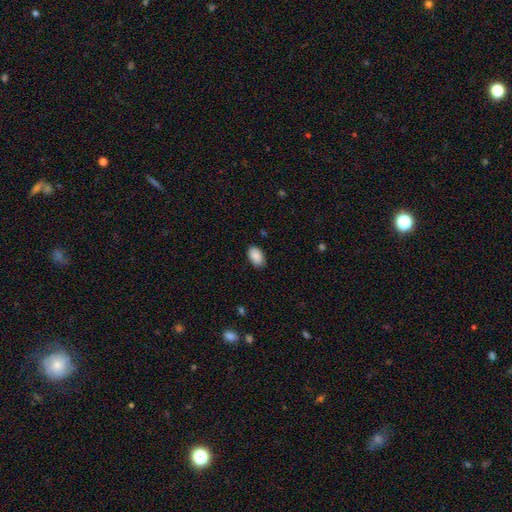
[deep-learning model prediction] A smooth galaxy with no disk features (89%) that is in between round and cigar-shaped (93%). Merging: none (83%).